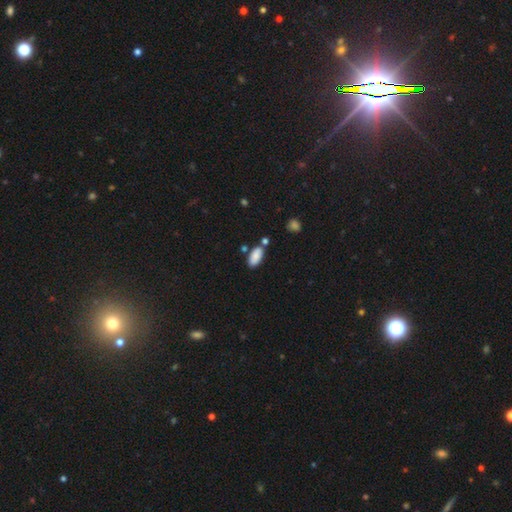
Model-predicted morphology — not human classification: type=smooth (87%); roundness=in between (90%); merging=none (70%).